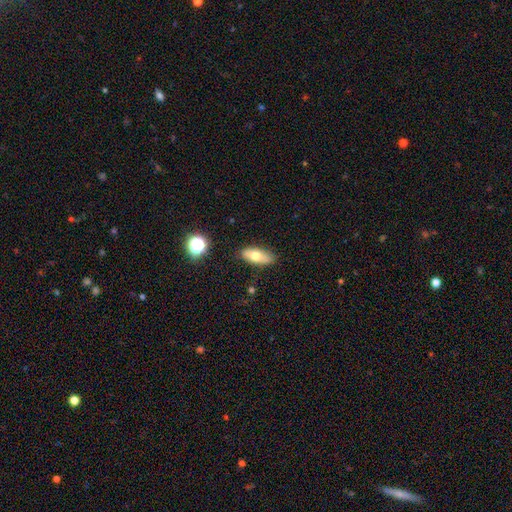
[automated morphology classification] Smooth or featured? smooth (65%)
How rounded? in between (77%)
Merging? none (85%)